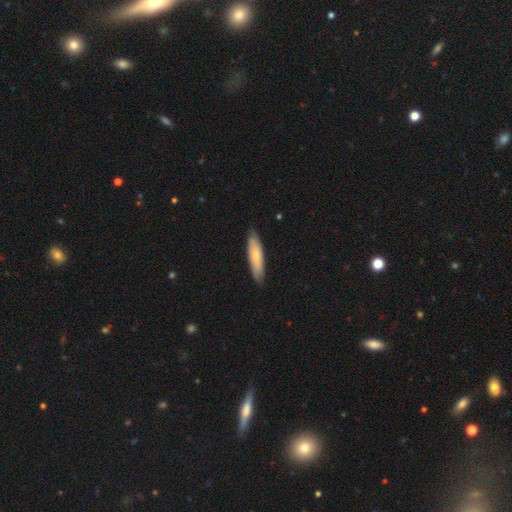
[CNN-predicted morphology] Smooth or featured: smooth — 66% (featured or disk — 29%)
How rounded: cigar-shaped — 74% (in between — 24%)
Merging: none — 85% (minor disturbance — 12%)